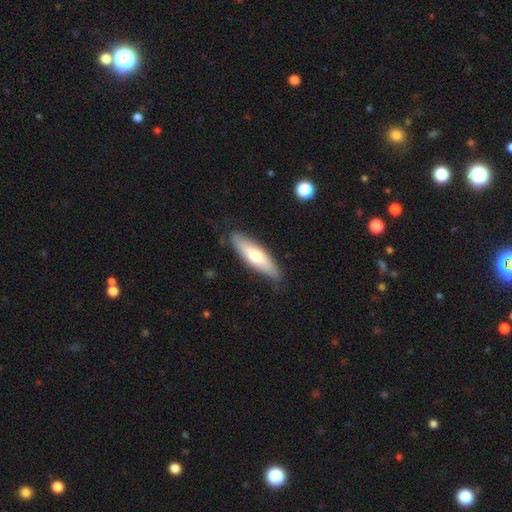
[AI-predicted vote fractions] Smooth or featured? Predicted: smooth (p=0.61). How rounded? Predicted: cigar-shaped (p=0.56). Merging? Predicted: none (p=0.82).